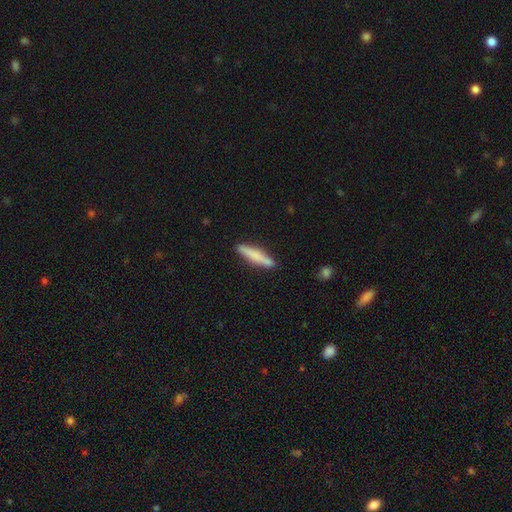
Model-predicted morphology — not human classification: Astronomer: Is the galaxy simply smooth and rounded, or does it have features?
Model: smooth — 70%.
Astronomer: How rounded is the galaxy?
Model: cigar-shaped — 90%.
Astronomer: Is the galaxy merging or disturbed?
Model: none — 84%.